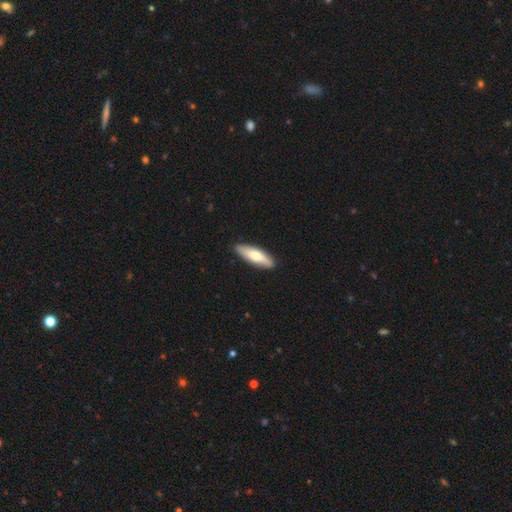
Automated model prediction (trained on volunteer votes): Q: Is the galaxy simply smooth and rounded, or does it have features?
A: smooth — 67%.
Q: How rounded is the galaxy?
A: cigar-shaped — 55%.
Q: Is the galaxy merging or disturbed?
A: none — 89%.